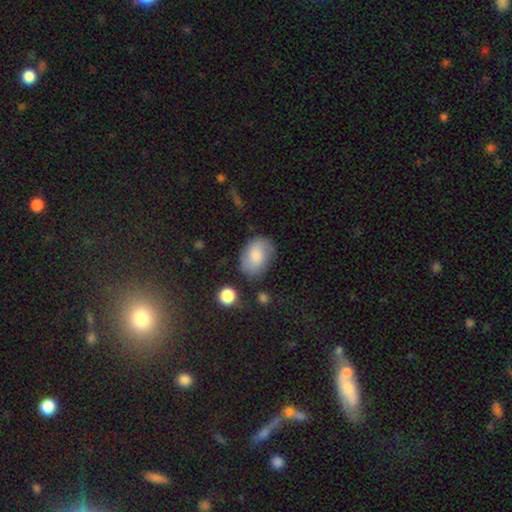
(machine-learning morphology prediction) Overall: smooth (71%). How rounded: in between (78%). Merging: none (70%).